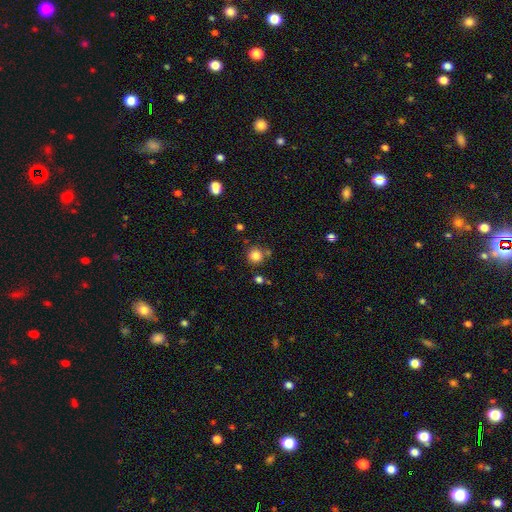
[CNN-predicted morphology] A smooth galaxy with no disk features (83%) that is round (92%). Merging: none (78%).